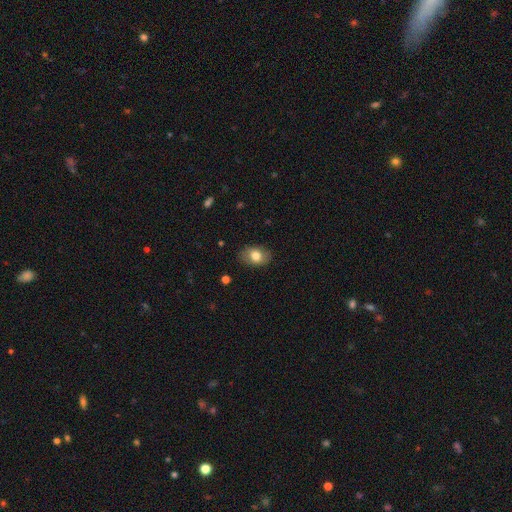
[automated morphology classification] smooth 77%, featured or disk 15%, star or artifact 8%. Down the decision tree: how rounded — in between (81%); merging — none (84%).